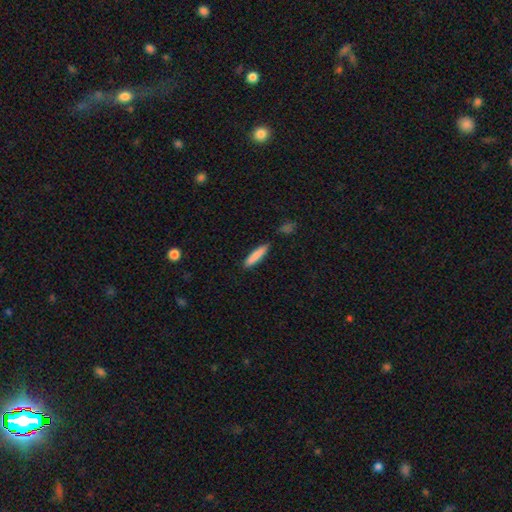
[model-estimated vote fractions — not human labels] Overall: smooth (84%). How rounded: cigar-shaped (85%). Merging: none (83%).